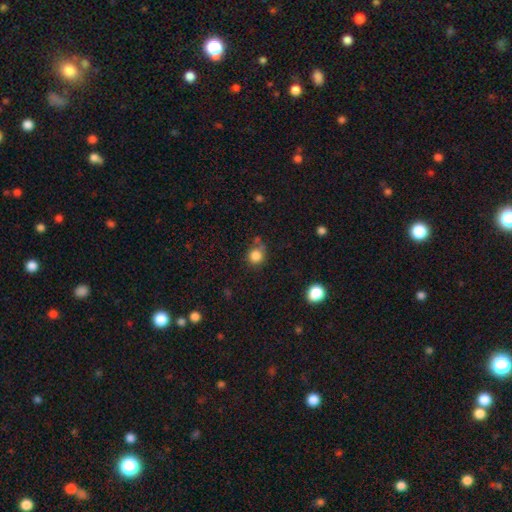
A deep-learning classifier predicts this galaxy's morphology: Overall: smooth (83%). How rounded: round (87%). Merging: none (63%).